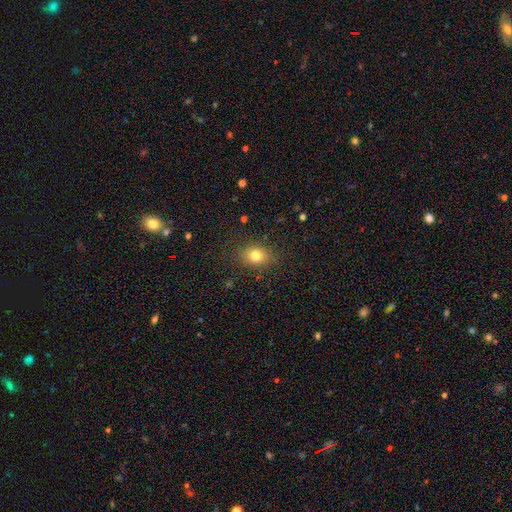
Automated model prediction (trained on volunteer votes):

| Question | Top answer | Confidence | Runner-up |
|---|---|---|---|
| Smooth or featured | smooth | 79% | star or artifact (12%) |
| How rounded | in between | 58% | round (41%) |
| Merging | none | 84% | minor disturbance (11%) |